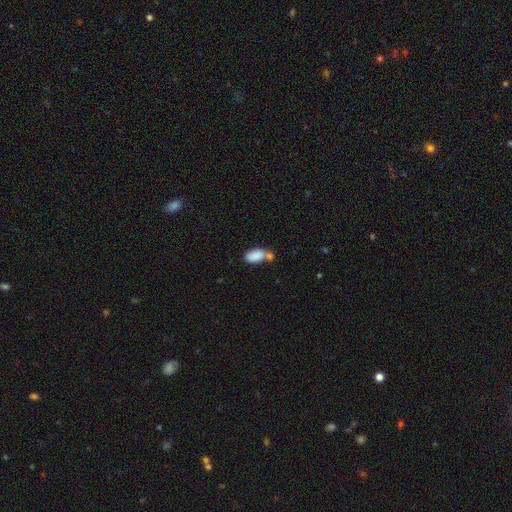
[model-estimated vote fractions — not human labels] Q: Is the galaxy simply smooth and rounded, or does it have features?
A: smooth — 85%.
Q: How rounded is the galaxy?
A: in between — 92%.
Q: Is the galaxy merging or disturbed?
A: merger — 40%.